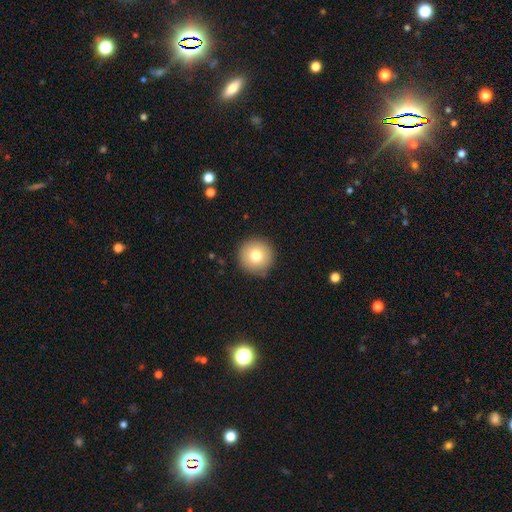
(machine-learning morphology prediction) A smooth galaxy with no disk features (76%) that is round (96%).

Vote fractions:
- Smooth or featured? smooth: 76% / featured or disk: 14% / star or artifact: 10%
- How rounded? round: 96% / in between: 3% / cigar-shaped: 1%
- Merging? none: 90% / minor disturbance: 7% / major disturbance: 2% / merger: 1%